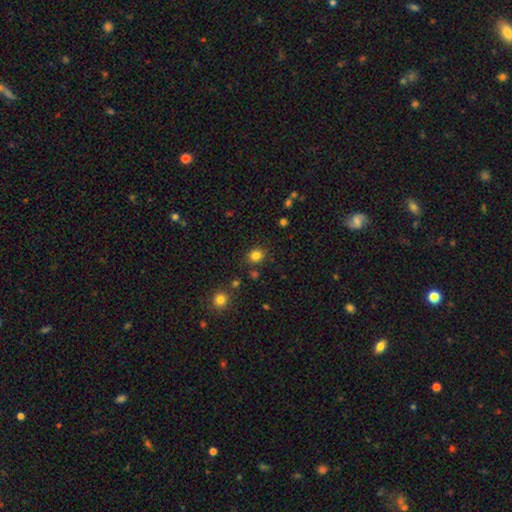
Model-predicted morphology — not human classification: Smooth or featured? smooth (82%)
How rounded? round (73%)
Merging? none (84%)